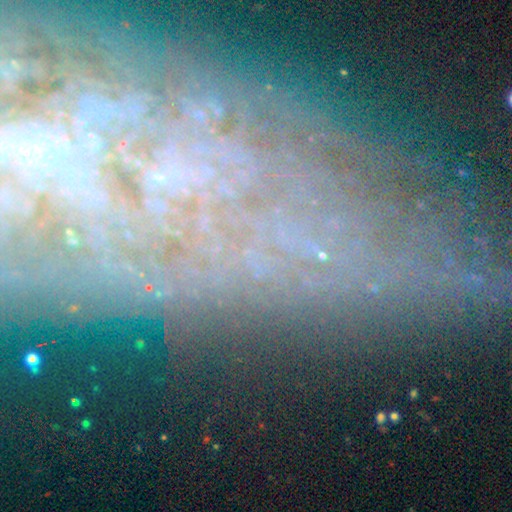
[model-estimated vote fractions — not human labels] The model was most divided on "smooth or featured": star or artifact: 46%, featured or disk: 39%, smooth: 15%.